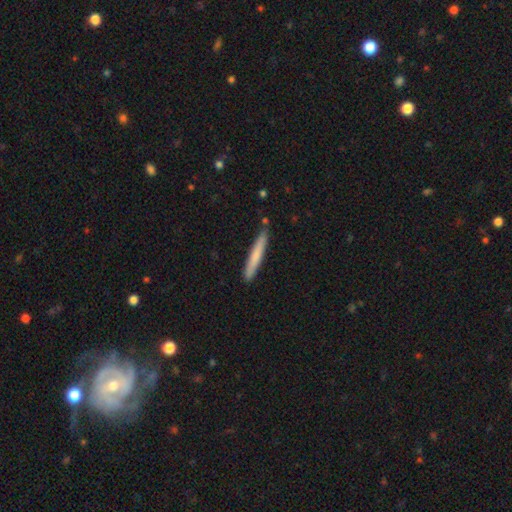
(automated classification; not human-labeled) Smooth or featured? smooth (71%)
How rounded? cigar-shaped (96%)
Merging? none (86%)